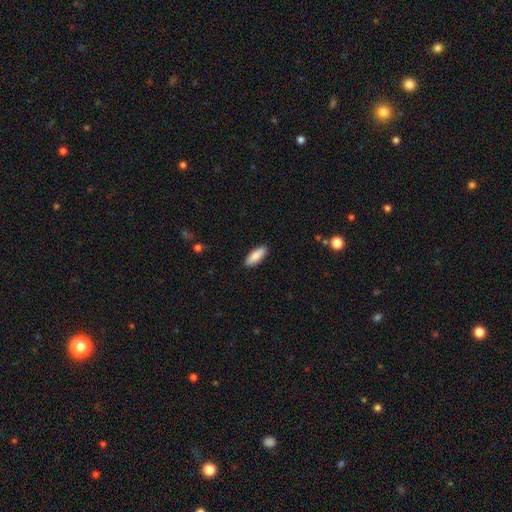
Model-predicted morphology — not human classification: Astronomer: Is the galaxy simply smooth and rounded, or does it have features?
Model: smooth — 85%.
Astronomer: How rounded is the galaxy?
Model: in between — 72%.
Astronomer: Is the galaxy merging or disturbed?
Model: none — 90%.